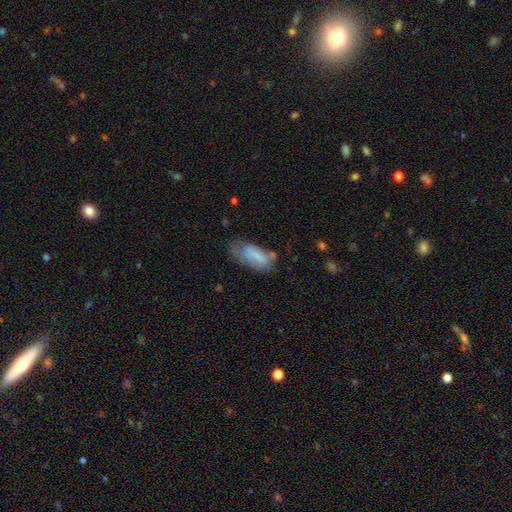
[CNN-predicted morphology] This is likely a smooth galaxy (71%). How rounded: clearly in between (81%). Merging: marginally none (38%).